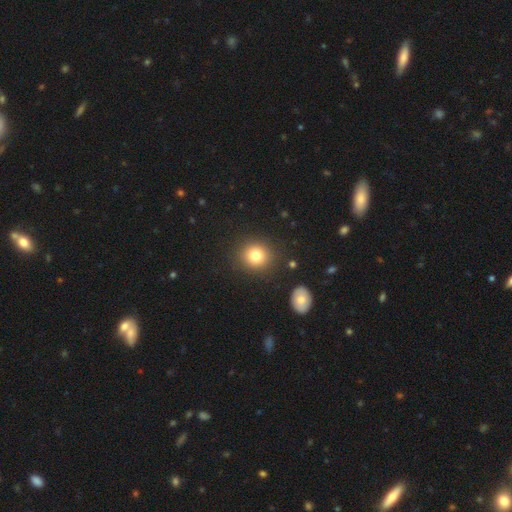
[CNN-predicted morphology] Smooth or featured: smooth — 80% (star or artifact — 11%)
How rounded: round — 88% (in between — 11%)
Merging: none — 88% (minor disturbance — 7%)